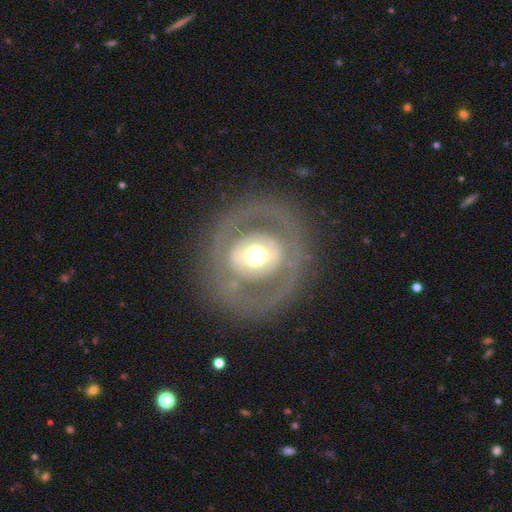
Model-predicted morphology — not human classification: Q: Smooth or featured?
A: featured or disk (59%); runner-up: smooth (34%)
Q: Edge-on disk?
A: no (94%); runner-up: yes (6%)
Q: Bar?
A: no (82%); runner-up: weak (11%)
Q: Spiral arms?
A: no (82%); runner-up: yes (18%)
Q: Bulge size?
A: moderate (52%); runner-up: large (34%)
Q: Merging?
A: none (79%); runner-up: major disturbance (10%)